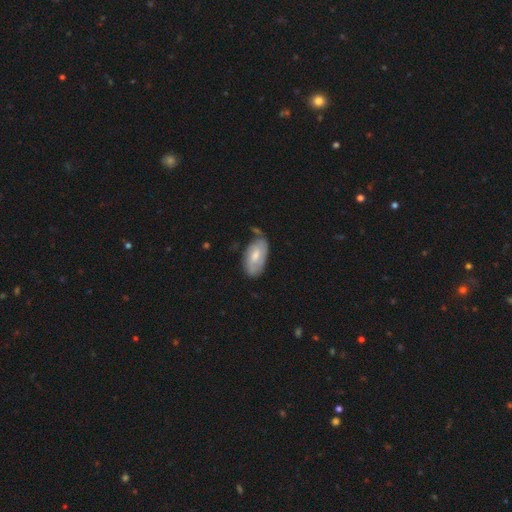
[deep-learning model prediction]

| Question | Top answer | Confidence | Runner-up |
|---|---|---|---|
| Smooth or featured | featured or disk | 49% | smooth (46%) |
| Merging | none | 57% | minor disturbance (29%) |